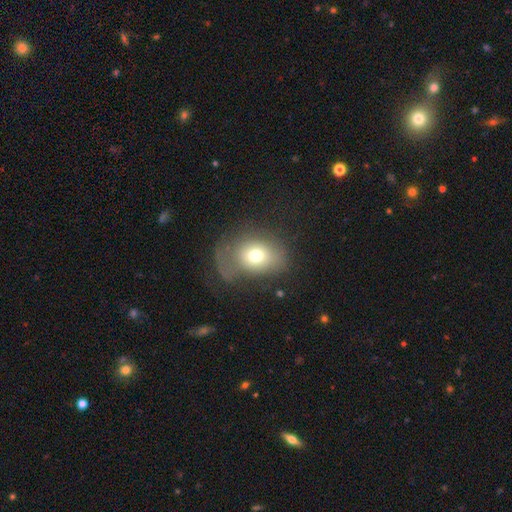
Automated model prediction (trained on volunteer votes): Smooth or featured?
  - smooth: 68% *
  - featured or disk: 21%
  - star or artifact: 11%
How rounded?
  - in between: 59% *
  - round: 40%
  - cigar-shaped: 1%
Merging?
  - none: 39% *
  - major disturbance: 34%
  - minor disturbance: 24%
  - merger: 3%